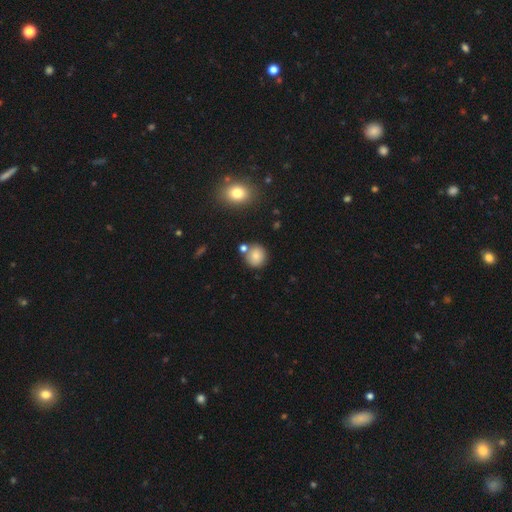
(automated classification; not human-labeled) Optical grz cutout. It shows a smooth galaxy with no disk features (80%) that is round (87%). Merging: none (74%).